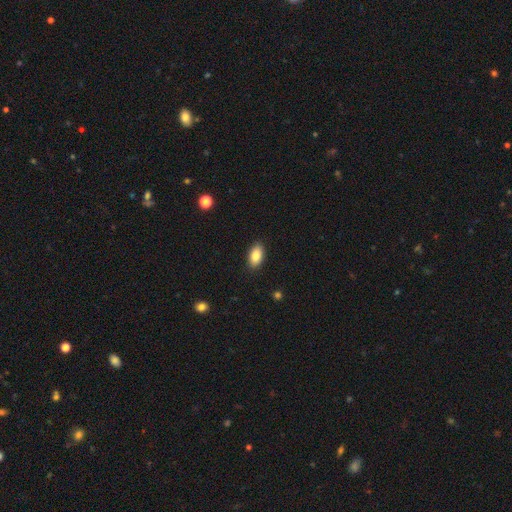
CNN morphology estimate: This appears to be a smooth galaxy with no disk features (86%) that is in between round and cigar-shaped (93%). Merging: none (89%).